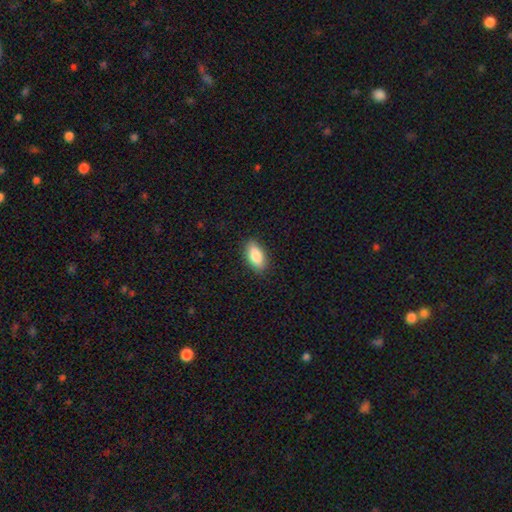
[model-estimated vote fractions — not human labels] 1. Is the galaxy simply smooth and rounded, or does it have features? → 84% smooth, 10% featured or disk, 7% star or artifact.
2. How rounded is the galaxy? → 88% in between, 9% cigar-shaped, 4% round.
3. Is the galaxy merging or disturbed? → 87% none, 10% minor disturbance, 2% major disturbance, 1% merger.